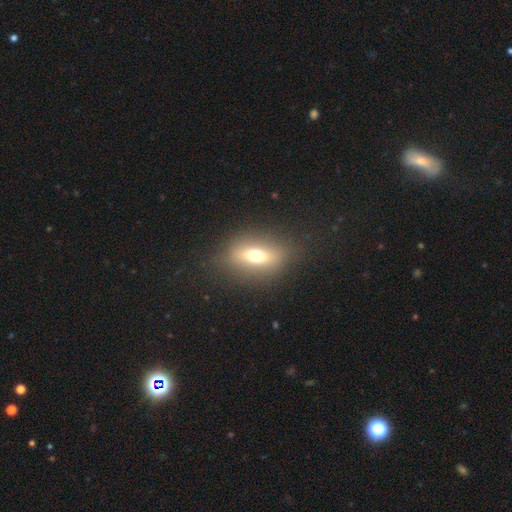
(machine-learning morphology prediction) Smooth or featured? smooth (58%)
How rounded? in between (68%)
Merging? none (81%)